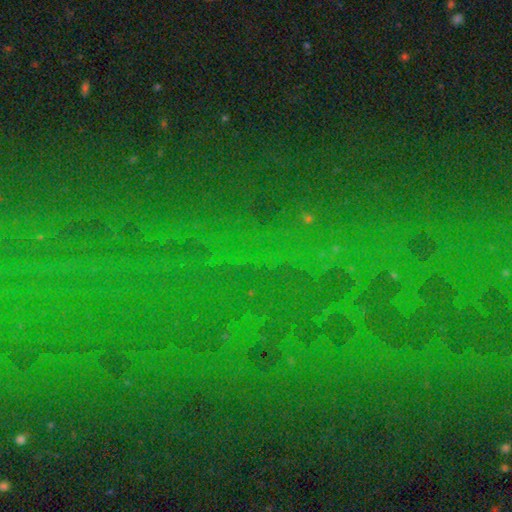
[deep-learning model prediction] Morphology: type=star or artifact (84%).